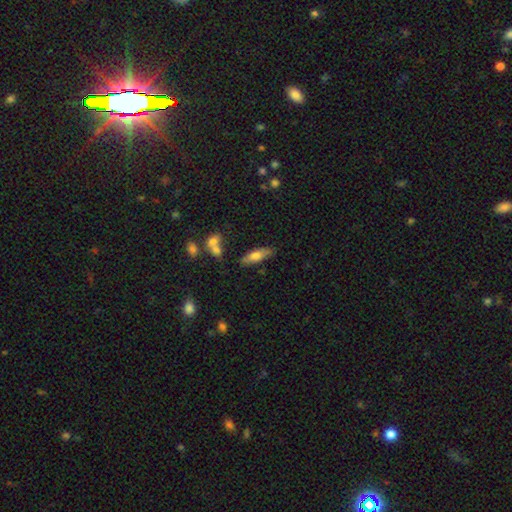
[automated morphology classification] type=smooth (68%); roundness=in between (52%); merging=none (71%).